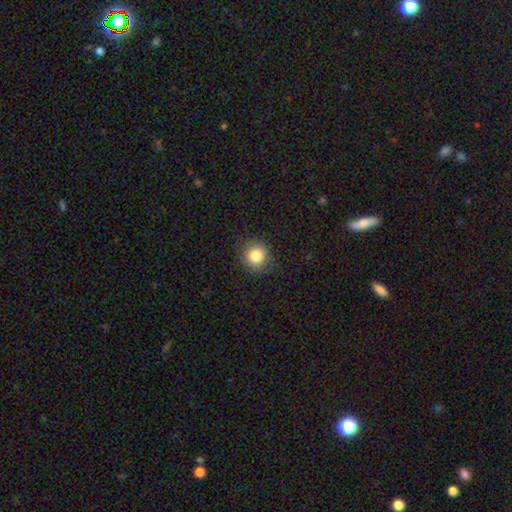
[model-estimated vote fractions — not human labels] Overall: smooth (83%). How rounded: round (89%). Merging: none (87%).